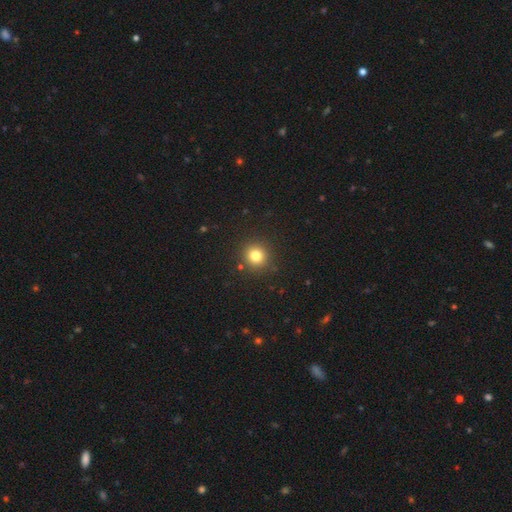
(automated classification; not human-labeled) This is likely a smooth galaxy (80%). How rounded: clearly round (92%). Merging: clearly none (90%).